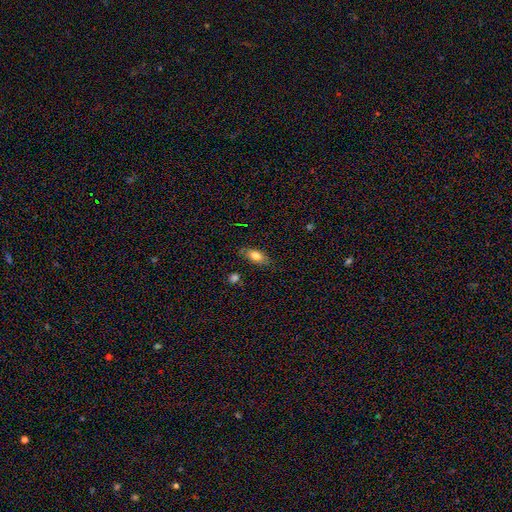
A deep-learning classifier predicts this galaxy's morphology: Q: Smooth or featured?
A: smooth (77%); runner-up: featured or disk (15%)
Q: How rounded?
A: in between (85%); runner-up: cigar-shaped (10%)
Q: Merging?
A: none (76%); runner-up: minor disturbance (17%)